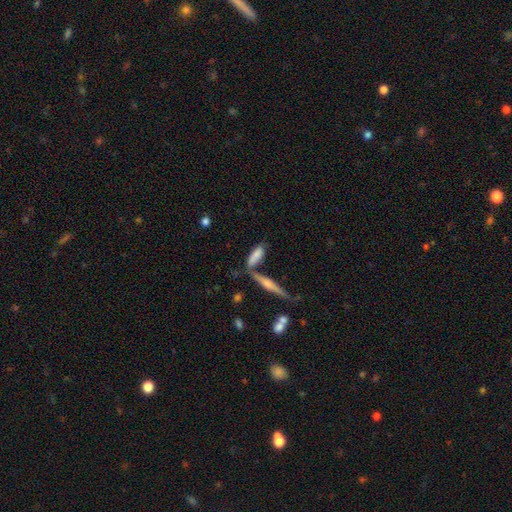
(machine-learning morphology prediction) Smooth or featured? Predicted: smooth (p=0.70). How rounded? Predicted: in between (p=0.54). Merging? Predicted: none (p=0.48).